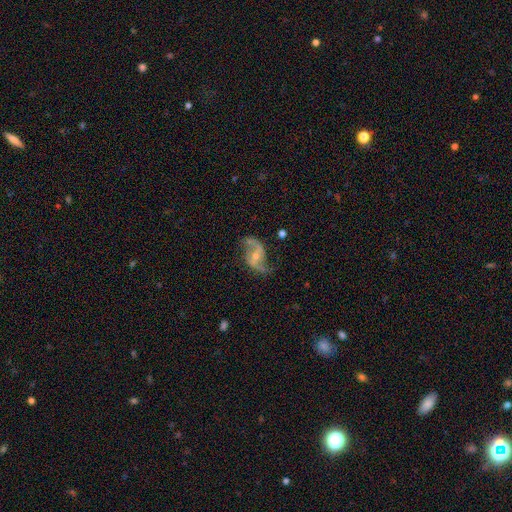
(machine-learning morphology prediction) Smooth or featured? featured or disk (87%)
Edge-on disk? no (97%)
Bar? weak (44%)
Spiral arms? yes (94%)
Spiral winding? loose (66%)
Spiral arm count? 2 (92%)
Bulge size? moderate (49%)
Merging? none (71%)